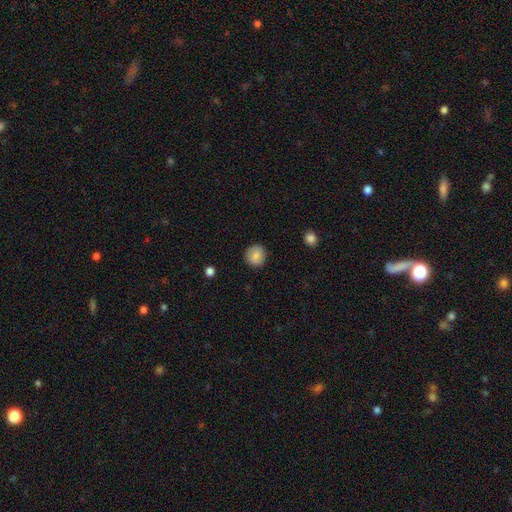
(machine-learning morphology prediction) smooth-or-featured: smooth: 87% | star or artifact: 8% | featured or disk: 6%
  how-rounded: round: 90% | in between: 9% | cigar-shaped: 1%
  merging: none: 88% | minor disturbance: 9% | major disturbance: 2% | merger: 1%